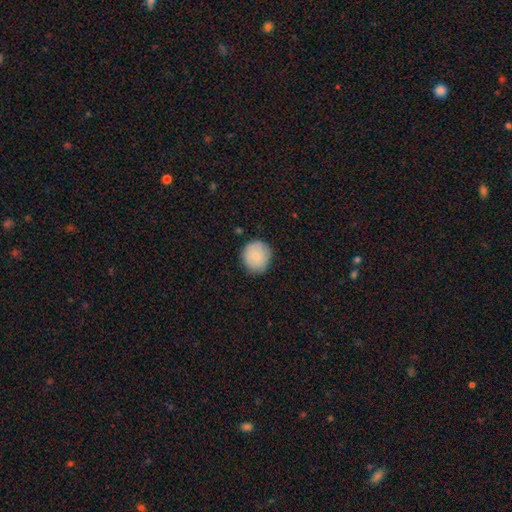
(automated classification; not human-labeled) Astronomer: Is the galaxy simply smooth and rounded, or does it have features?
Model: smooth — 82%.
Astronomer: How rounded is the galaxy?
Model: round — 89%.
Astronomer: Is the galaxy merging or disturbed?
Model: none — 84%.